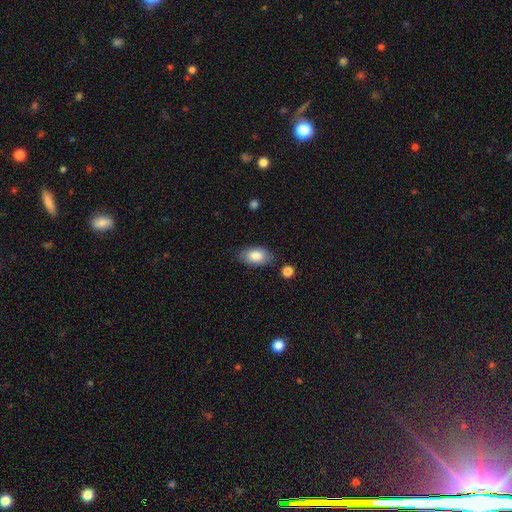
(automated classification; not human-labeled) Q: Smooth or featured?
A: smooth (83%); runner-up: featured or disk (10%)
Q: How rounded?
A: in between (92%); runner-up: round (6%)
Q: Merging?
A: none (78%); runner-up: minor disturbance (15%)